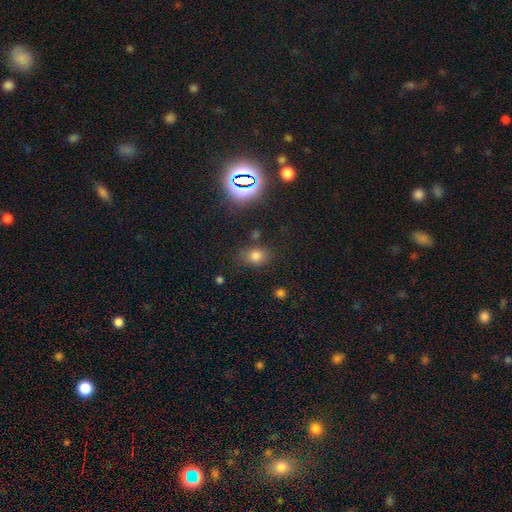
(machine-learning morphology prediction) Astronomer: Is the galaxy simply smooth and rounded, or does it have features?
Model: smooth — 73%.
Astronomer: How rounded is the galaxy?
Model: in between — 60% (runner-up: round, 38%).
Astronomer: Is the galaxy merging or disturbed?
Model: none — 75%.